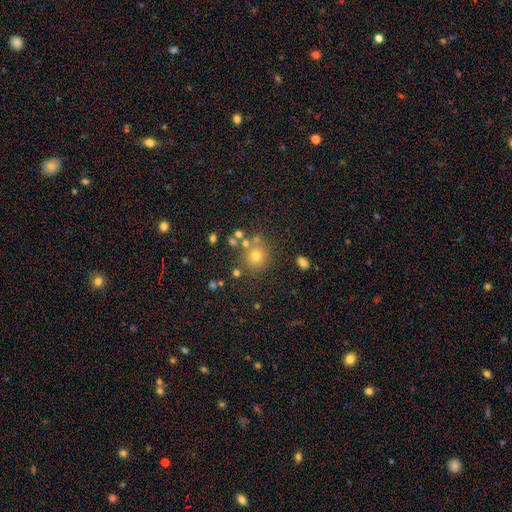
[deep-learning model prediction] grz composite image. It shows a smooth galaxy with no disk features (66%) that is round (89%). Merging: none (75%).